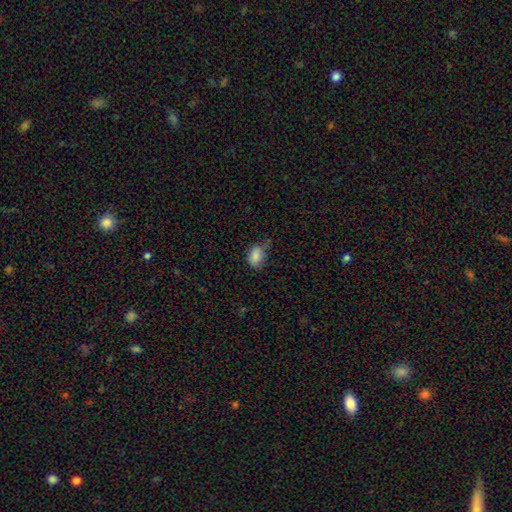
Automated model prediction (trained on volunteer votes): A smooth galaxy with no disk features (84%) that is in between round and cigar-shaped (77%). Merging: none (48%).